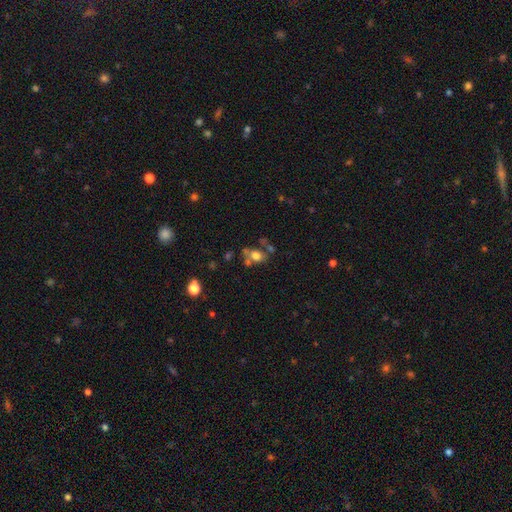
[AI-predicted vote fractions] Overall: smooth (67%). How rounded: in between (61%; round 37%). Merging: none (44%; merger 31%).